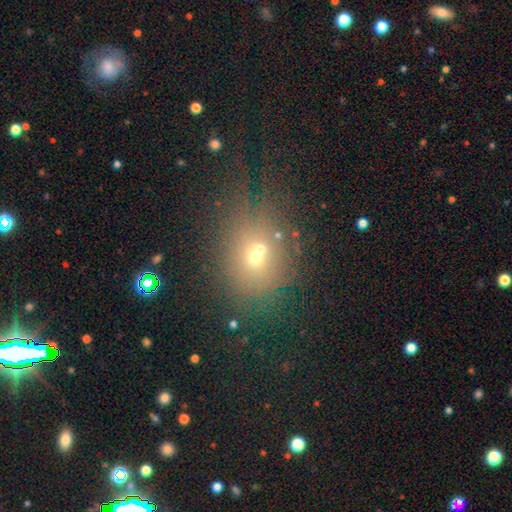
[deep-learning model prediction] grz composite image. It shows a smooth galaxy with no disk features (51%) that is round (60%). Merging: none (46%).